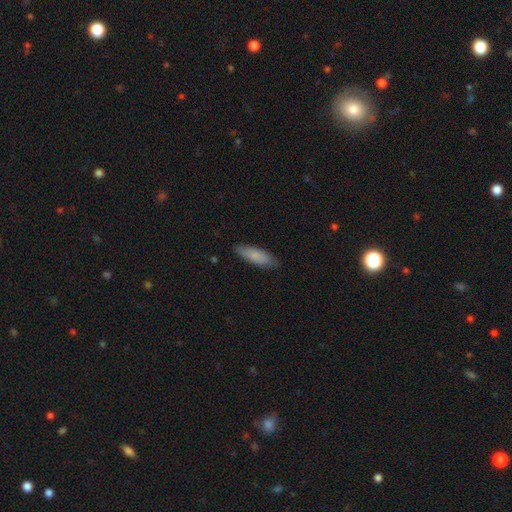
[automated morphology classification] smooth-or-featured: smooth: 82% | featured or disk: 13% | star or artifact: 6%
  how-rounded: in between: 52% | cigar-shaped: 47% | round: 2%
  merging: none: 84% | minor disturbance: 13% | major disturbance: 2% | merger: 1%